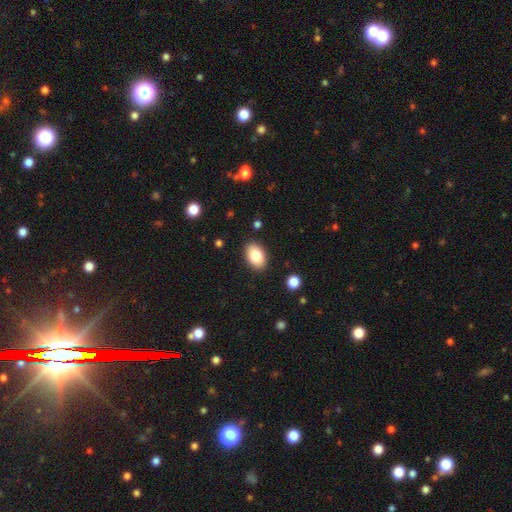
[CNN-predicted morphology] This is clearly a smooth galaxy (83%). How rounded: clearly in between (90%). Merging: clearly none (88%).